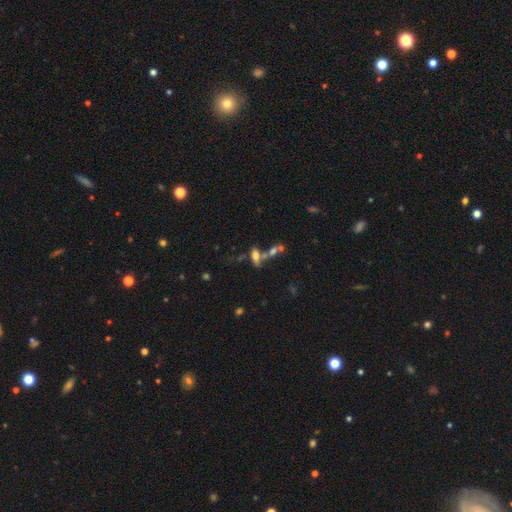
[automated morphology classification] Overall: smooth (52%; featured or disk 33%). How rounded: in between (63%; cigar-shaped 31%). Merging: none (42%; merger 36%).